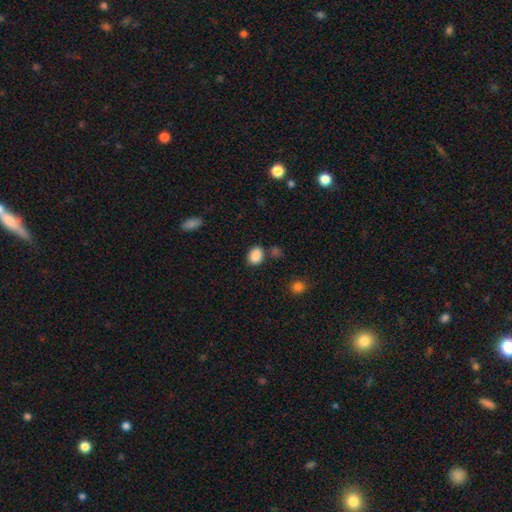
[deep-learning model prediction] Overall: smooth (87%). How rounded: in between (64%; round 35%). Merging: none (73%).